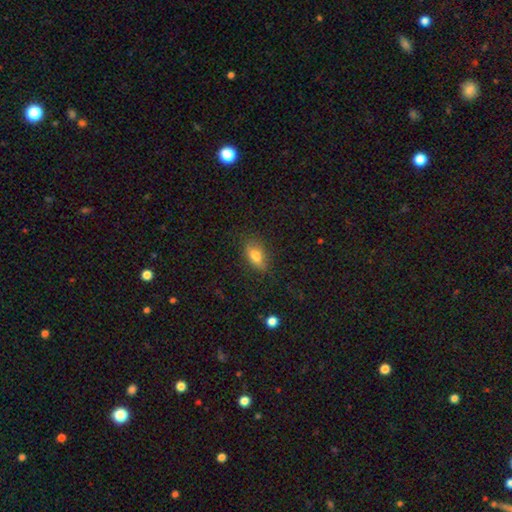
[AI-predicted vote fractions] A smooth galaxy with no disk features (76%) that is in between round and cigar-shaped (84%). Merging: none (78%).